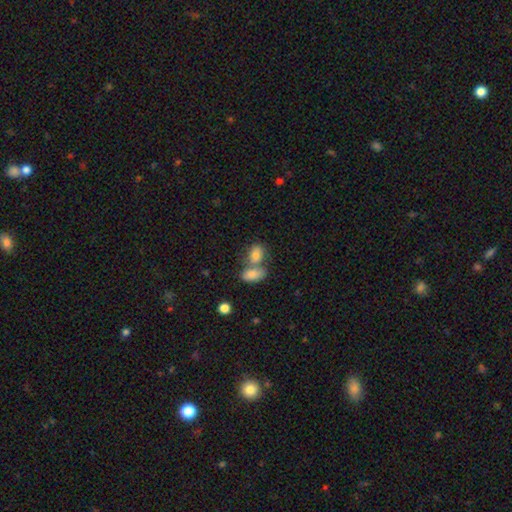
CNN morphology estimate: Smooth or featured? smooth (82%)
How rounded? in between (85%)
Merging? merger (55%)